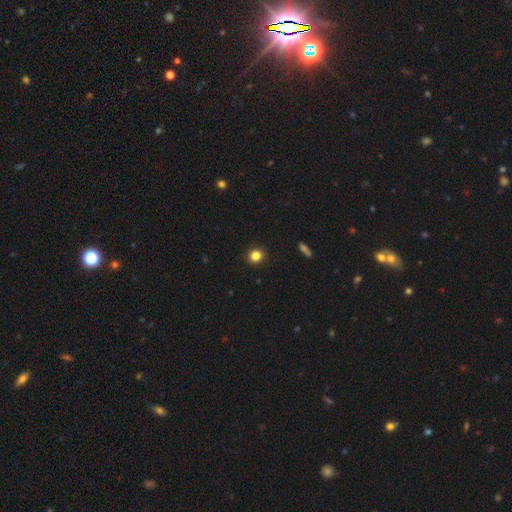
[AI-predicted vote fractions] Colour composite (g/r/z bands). It shows a smooth galaxy with no disk features (84%) that is round (83%). Merging: none (92%).